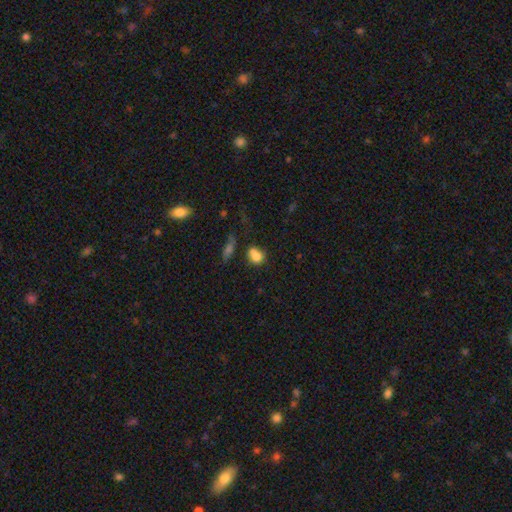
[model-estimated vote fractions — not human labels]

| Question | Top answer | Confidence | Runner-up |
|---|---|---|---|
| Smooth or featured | smooth | 76% | featured or disk (12%) |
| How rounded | round | 58% | in between (40%) |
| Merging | merger | 39% | none (38%) |